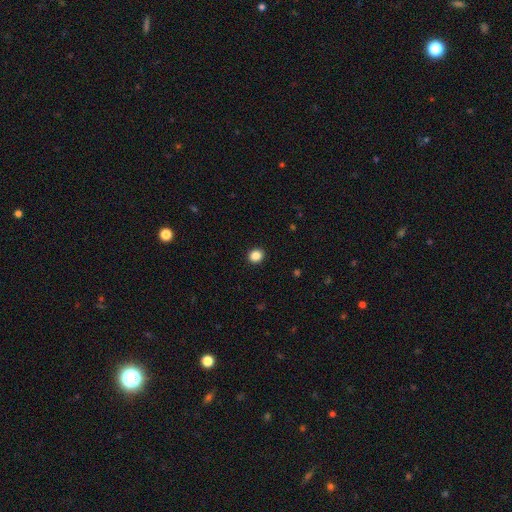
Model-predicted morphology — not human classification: Q: Smooth or featured?
A: smooth (87%); runner-up: star or artifact (10%)
Q: How rounded?
A: round (78%); runner-up: in between (21%)
Q: Merging?
A: none (93%); runner-up: minor disturbance (5%)